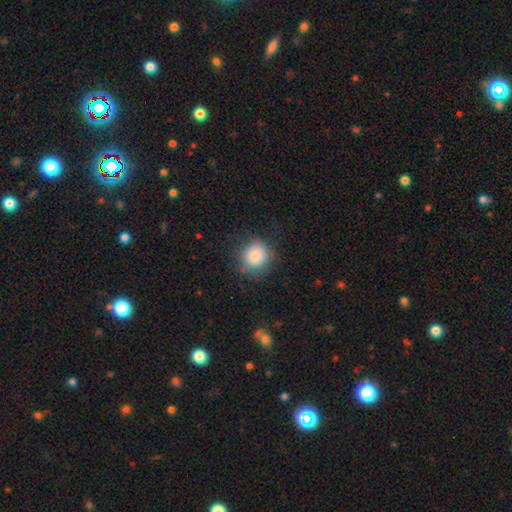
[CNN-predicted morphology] Q: Smooth or featured?
A: smooth (85%); runner-up: star or artifact (9%)
Q: How rounded?
A: round (87%); runner-up: in between (12%)
Q: Merging?
A: none (76%); runner-up: minor disturbance (16%)